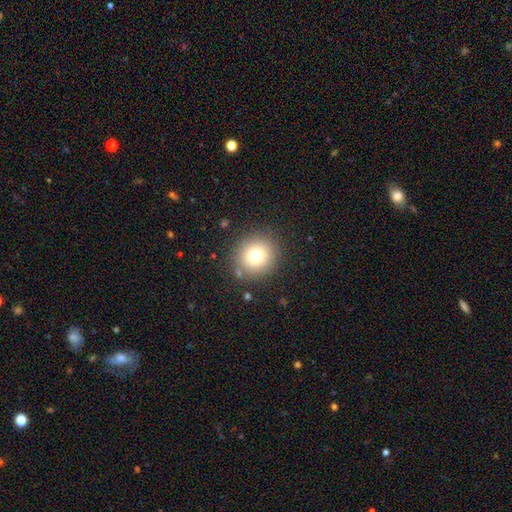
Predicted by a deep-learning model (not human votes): The model was most divided on "smooth or featured": smooth: 74%, star or artifact: 14%, featured or disk: 12%. More confident: how rounded — round (90%); merging — none (86%).